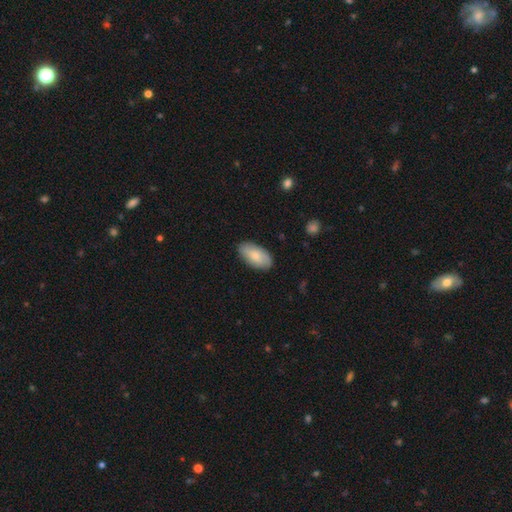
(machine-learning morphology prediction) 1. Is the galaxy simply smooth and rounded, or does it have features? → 78% smooth, 16% featured or disk, 6% star or artifact.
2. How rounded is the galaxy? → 95% in between, 3% cigar-shaped, 2% round.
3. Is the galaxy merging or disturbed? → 84% none, 12% minor disturbance, 2% major disturbance, 1% merger.